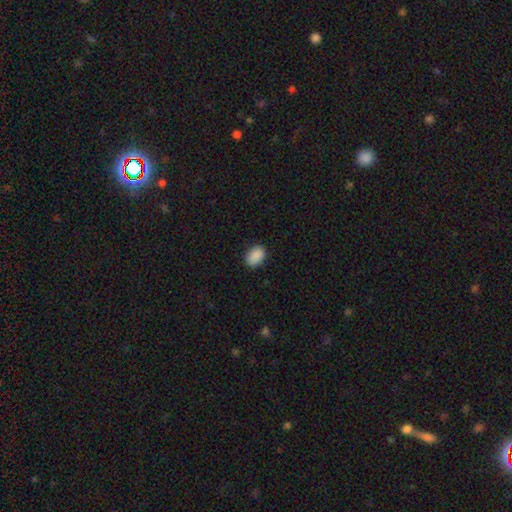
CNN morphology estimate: This is clearly a smooth galaxy (90%). How rounded: clearly in between (85%). Merging: clearly none (86%).